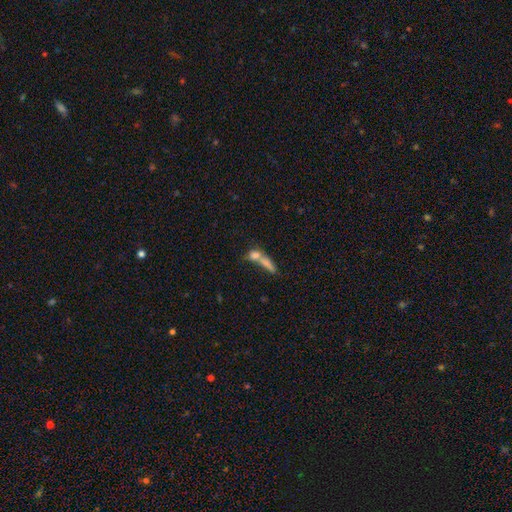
A smooth galaxy with no disk features (65%) that is in between round and cigar-shaped (50%).

Vote fractions:
- Smooth or featured? smooth: 65% / featured or disk: 32% / star or artifact: 3%
- How rounded? in between: 50% / round: 25% / cigar-shaped: 25%
- Merging? merger: 78% / major disturbance: 14% / none: 8% / minor disturbance: 0%